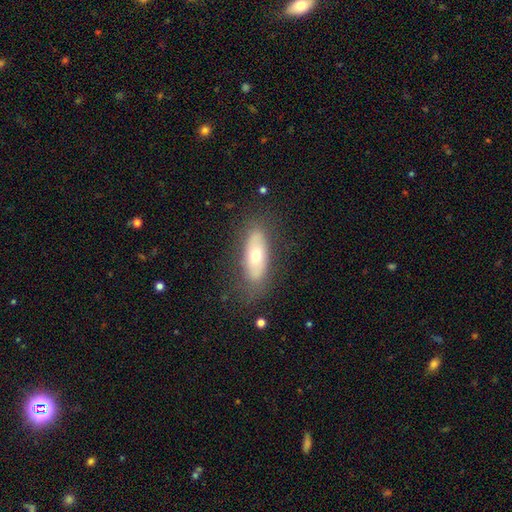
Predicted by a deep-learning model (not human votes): Smooth or featured? Predicted: smooth (p=0.54). How rounded? Predicted: in between (p=0.75). Merging? Predicted: none (p=0.76).